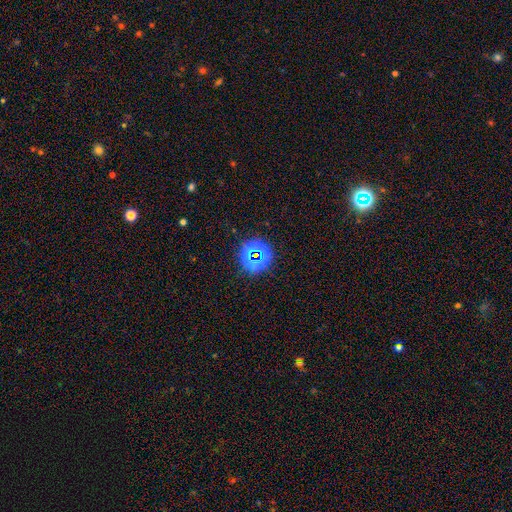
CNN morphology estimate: smooth_or_featured: star or artifact (p=0.67) [alt: smooth p=0.24]